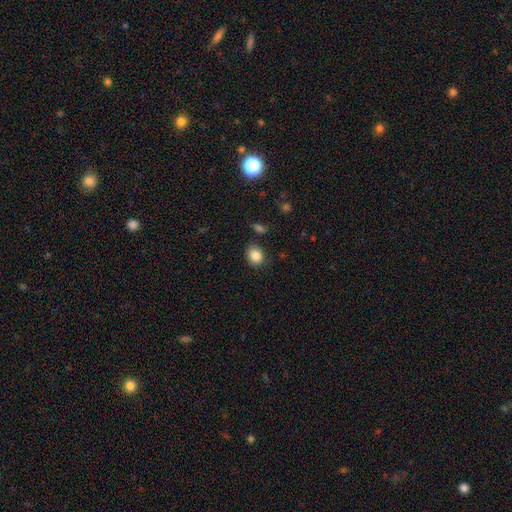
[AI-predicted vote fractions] A smooth galaxy with no disk features (86%) that is round (56%).

Vote fractions:
- Smooth or featured? smooth: 86% / star or artifact: 9% / featured or disk: 5%
- How rounded? round: 56% / in between: 43% / cigar-shaped: 1%
- Merging? none: 77% / minor disturbance: 16% / major disturbance: 4% / merger: 3%